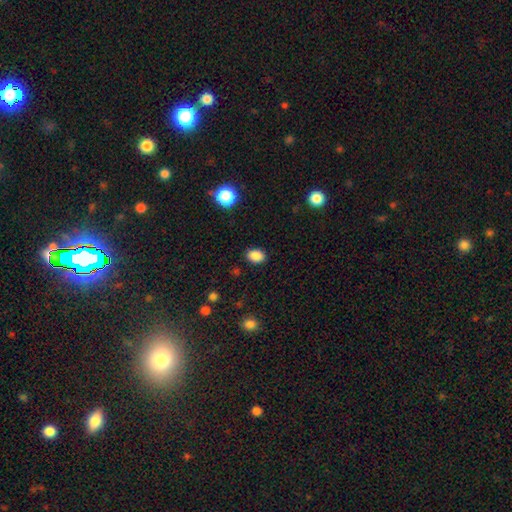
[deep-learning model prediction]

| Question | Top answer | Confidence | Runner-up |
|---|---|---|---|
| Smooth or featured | smooth | 87% | star or artifact (10%) |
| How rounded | in between | 73% | round (26%) |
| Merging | none | 87% | minor disturbance (9%) |